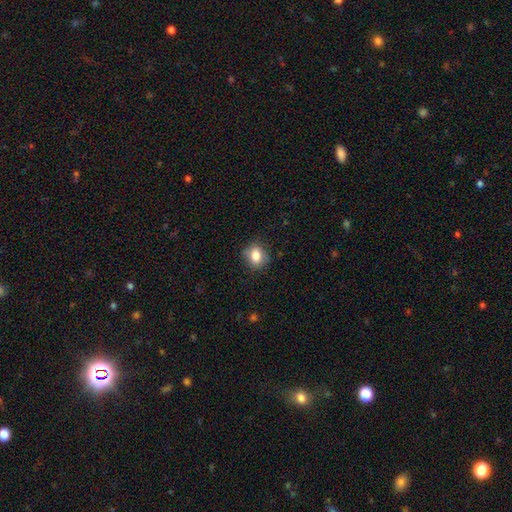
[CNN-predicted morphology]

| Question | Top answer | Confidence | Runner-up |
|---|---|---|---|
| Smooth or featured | smooth | 81% | star or artifact (10%) |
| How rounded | round | 60% | in between (39%) |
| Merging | none | 81% | minor disturbance (15%) |